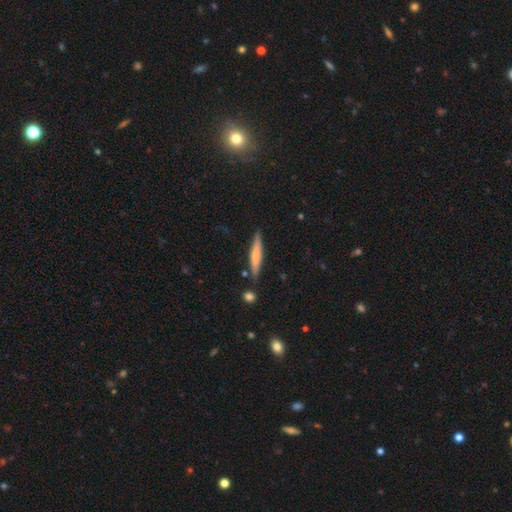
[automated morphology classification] A smooth galaxy with no disk features (62%) that is cigar-shaped (92%).

Vote fractions:
- Smooth or featured? smooth: 62% / featured or disk: 32% / star or artifact: 6%
- How rounded? cigar-shaped: 92% / in between: 7% / round: 1%
- Merging? none: 83% / minor disturbance: 11% / merger: 4% / major disturbance: 2%